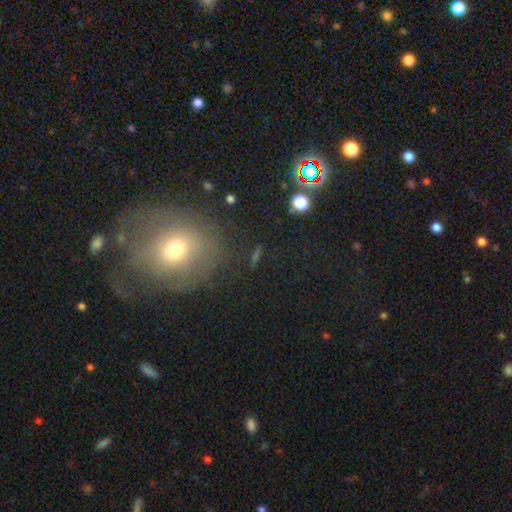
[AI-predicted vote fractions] Smooth or featured: smooth — 47% (star or artifact — 32%)
Merging: none — 78% (minor disturbance — 12%)